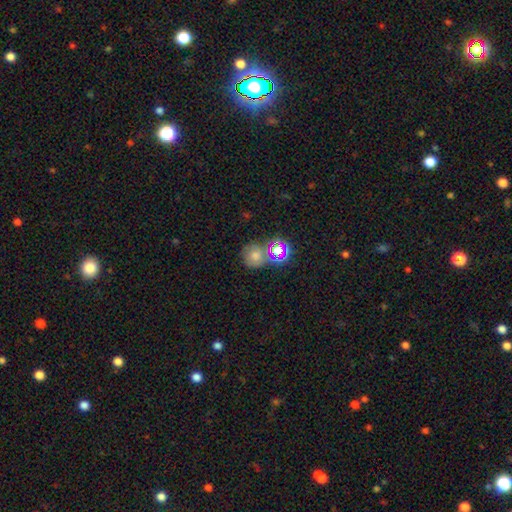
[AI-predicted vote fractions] smooth-or-featured: smooth: 61% | star or artifact: 26% | featured or disk: 13%
  how-rounded: round: 81% | in between: 18% | cigar-shaped: 1%
  merging: none: 55% | merger: 24% | minor disturbance: 14% | major disturbance: 7%